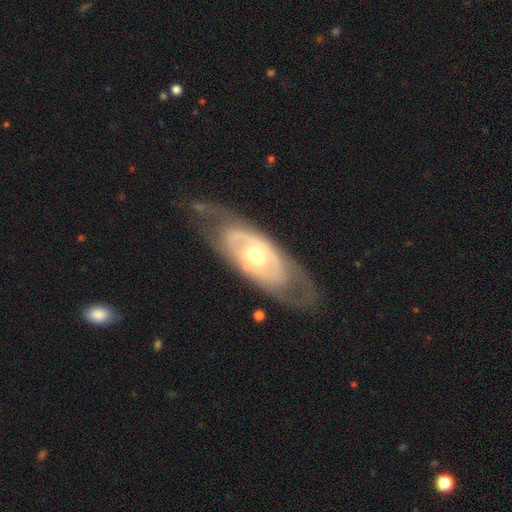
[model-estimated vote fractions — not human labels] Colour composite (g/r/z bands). It shows a featured or disk galaxy (74%) with no bar (73%), no spiral arms (56%) and a moderate central bulge (67%). Merging: none (69%).